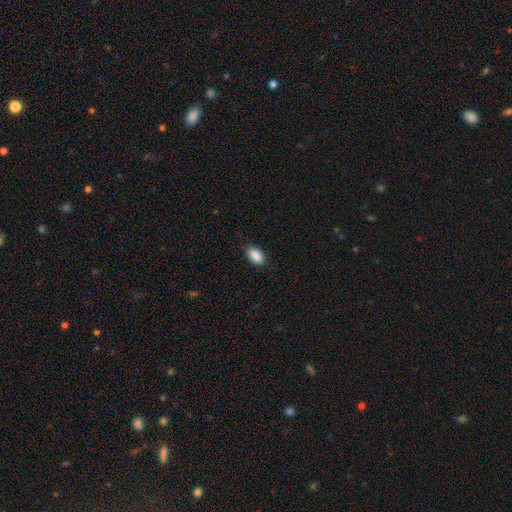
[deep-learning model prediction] A smooth galaxy with no disk features (90%) that is in between round and cigar-shaped (92%). Merging: none (85%).